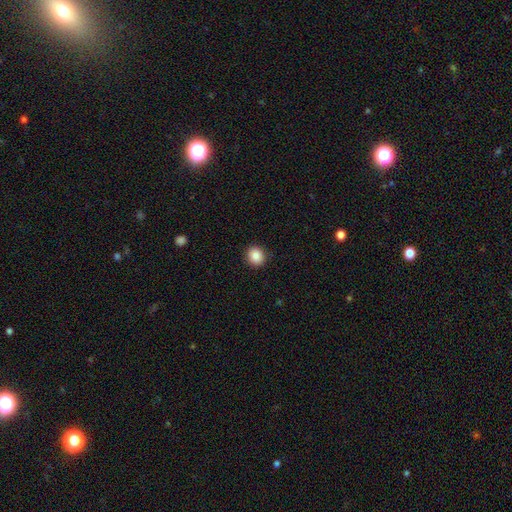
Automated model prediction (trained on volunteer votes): This appears to be a smooth galaxy with no disk features (87%) that is round (81%). Merging: none (91%).